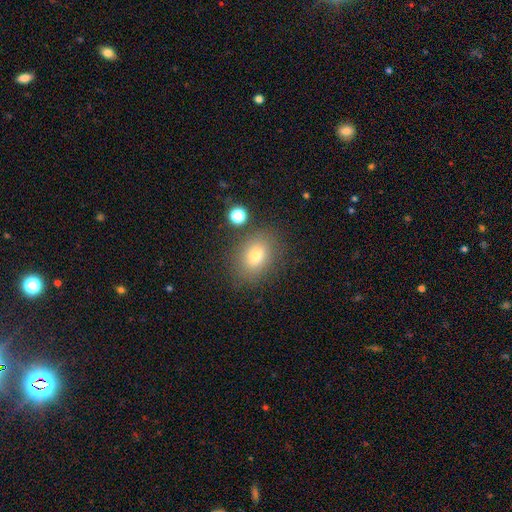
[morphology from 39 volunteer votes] Q: Smooth or featured?
A: smooth (95%); runner-up: featured or disk (5%)
Q: How rounded?
A: in between (76%); runner-up: round (22%)
Q: Merging?
A: none (82%); runner-up: minor disturbance (13%)